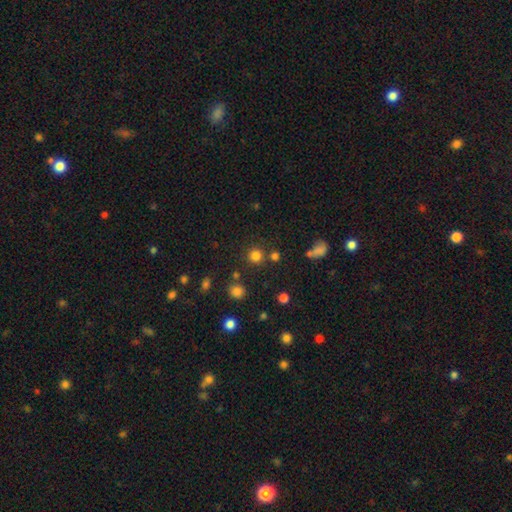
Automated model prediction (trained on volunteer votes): Overall: smooth (79%). How rounded: round (92%). Merging: none (78%).